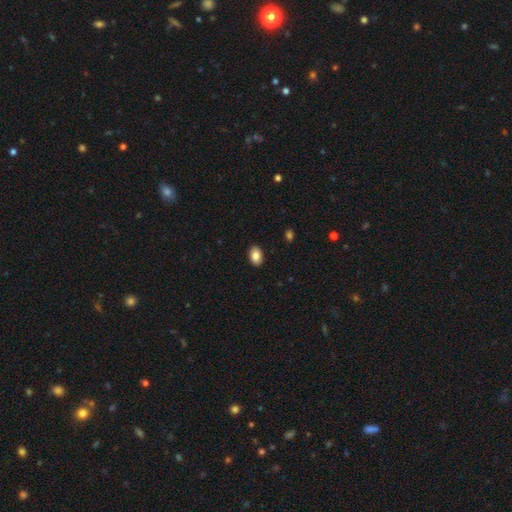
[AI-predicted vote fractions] smooth-or-featured: smooth: 85% | featured or disk: 8% | star or artifact: 7%
  how-rounded: in between: 87% | round: 12% | cigar-shaped: 1%
  merging: none: 90% | minor disturbance: 7% | major disturbance: 2% | merger: 1%